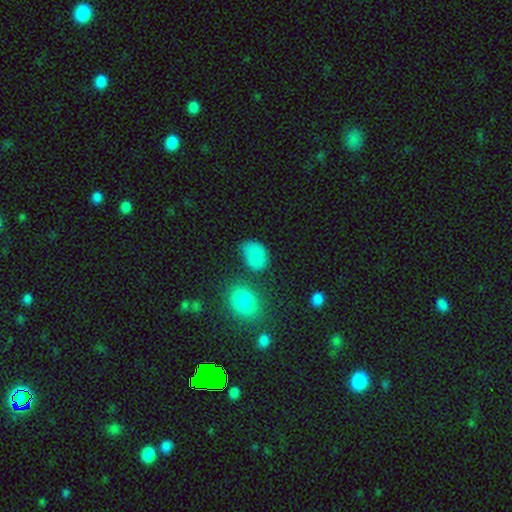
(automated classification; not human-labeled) smooth 81%, star or artifact 12%, featured or disk 8%. Down the decision tree: how rounded — in between (74%); merging — none (57%).